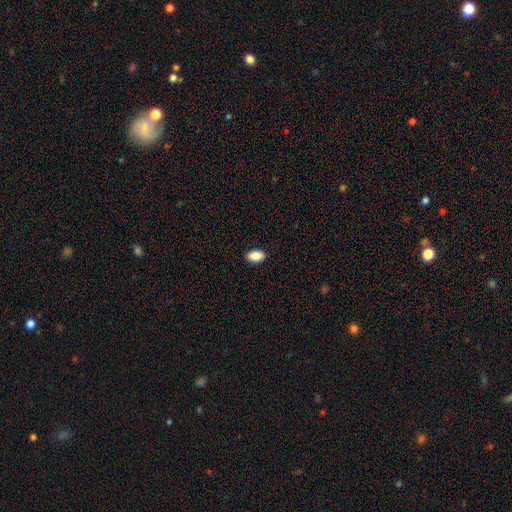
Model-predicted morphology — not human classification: This is clearly a smooth galaxy (89%). How rounded: clearly in between (92%). Merging: clearly none (90%).